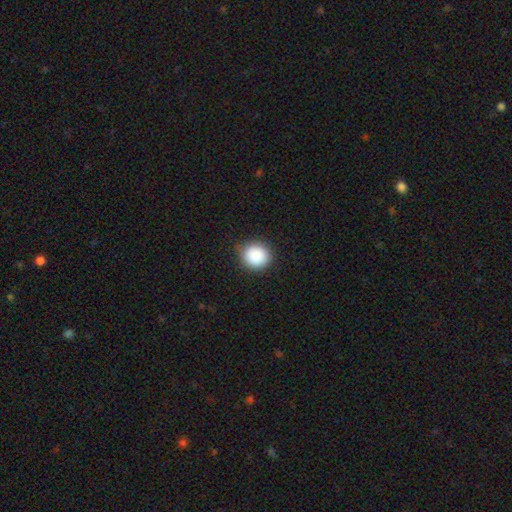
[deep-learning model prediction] This appears to be a smooth galaxy with no disk features (89%) that is round (90%). Merging: none (86%).